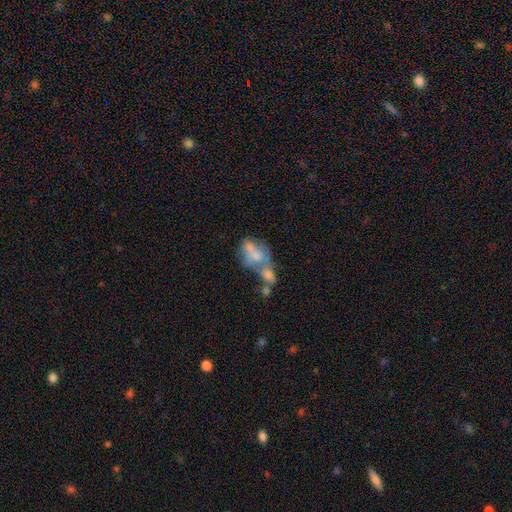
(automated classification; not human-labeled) Smooth or featured?
  - featured or disk: 50% *
  - smooth: 38%
  - star or artifact: 13%
Merging?
  - merger: 60% *
  - none: 15%
  - major disturbance: 15%
  - minor disturbance: 10%